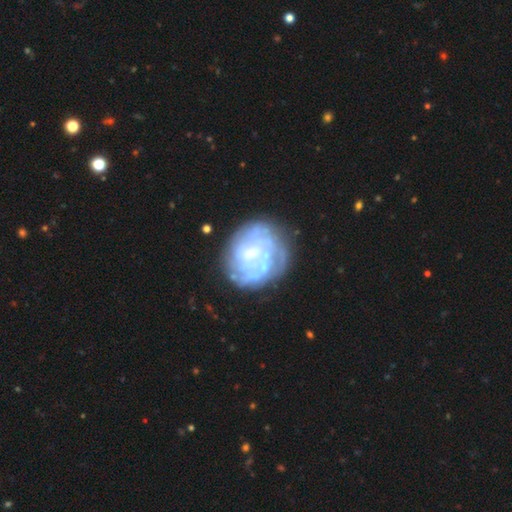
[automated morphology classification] Smooth or featured? featured or disk (72%)
Edge-on disk? no (98%)
Bar? no (64%)
Spiral arms? yes (58%)
Bulge size? small (48%)
Merging? none (67%)